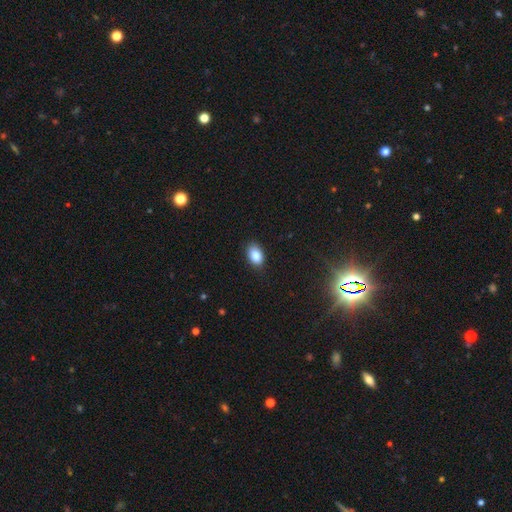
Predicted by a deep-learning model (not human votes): Smooth or featured? Predicted: smooth (p=0.87). How rounded? Predicted: in between (p=0.88). Merging? Predicted: none (p=0.84).